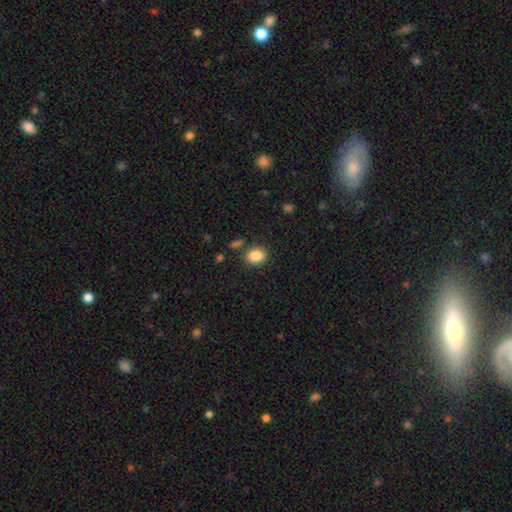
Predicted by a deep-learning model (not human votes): A smooth galaxy with no disk features (87%) that is in between round and cigar-shaped (58%). Merging: none (81%).